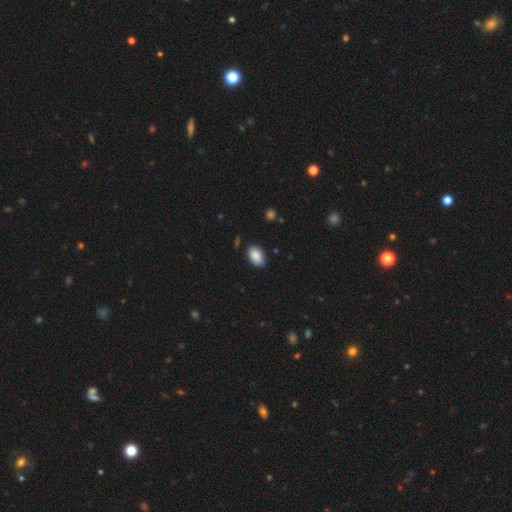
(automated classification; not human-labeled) The model was most divided on "merging": none: 82%, minor disturbance: 14%, major disturbance: 2%, merger: 1%. More confident: how rounded — in between (90%); smooth or featured — smooth (88%).